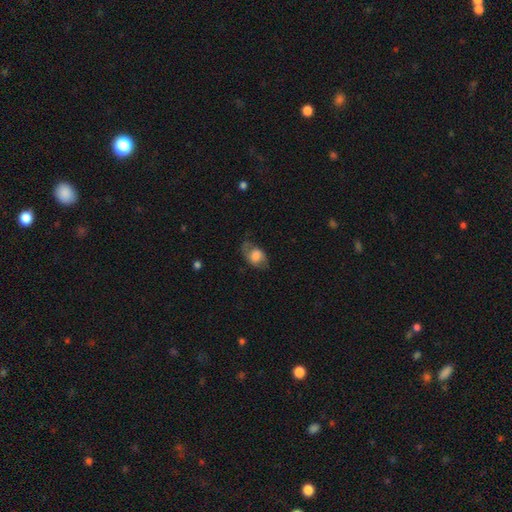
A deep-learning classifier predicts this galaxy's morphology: This is possibly a smooth galaxy (58%). How rounded: likely in between (76%). Merging: possibly none (54%).